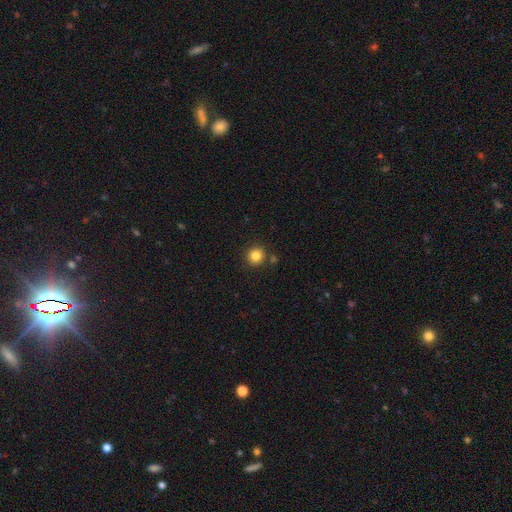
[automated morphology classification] Smooth or featured: smooth — 84% (star or artifact — 12%)
How rounded: round — 93% (in between — 6%)
Merging: none — 86% (minor disturbance — 7%)